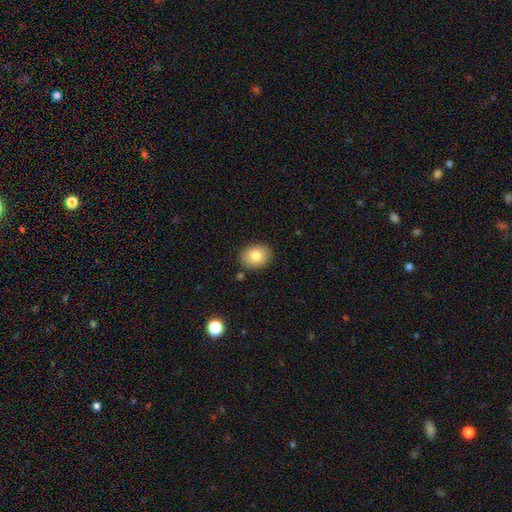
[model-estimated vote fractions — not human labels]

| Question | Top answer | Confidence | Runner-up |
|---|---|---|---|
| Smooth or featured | smooth | 83% | featured or disk (9%) |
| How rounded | in between | 56% | round (44%) |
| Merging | none | 86% | minor disturbance (10%) |